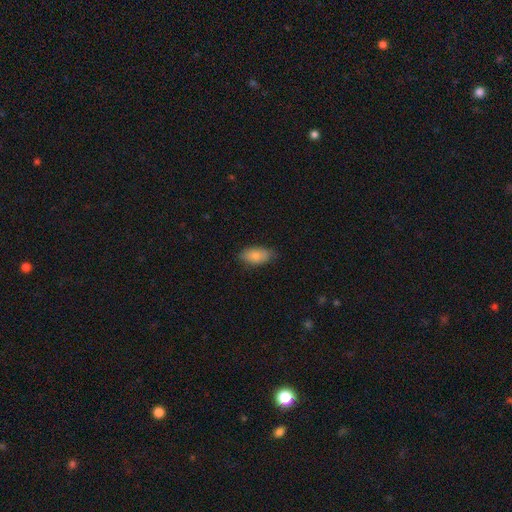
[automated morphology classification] Smooth or featured? Predicted: smooth (p=0.81). How rounded? Predicted: in between (p=0.92). Merging? Predicted: none (p=0.78).